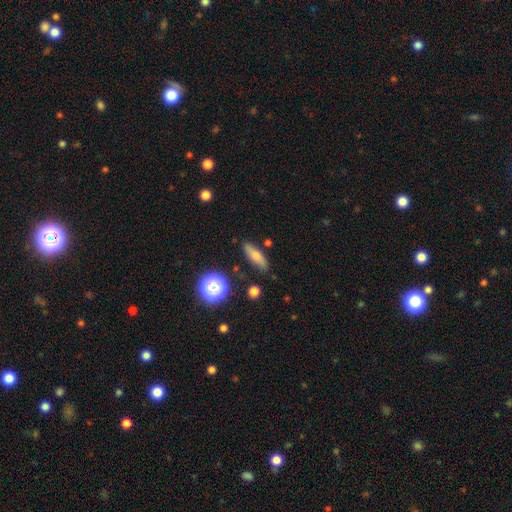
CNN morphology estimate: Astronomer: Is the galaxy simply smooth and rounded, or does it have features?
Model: smooth — 67%.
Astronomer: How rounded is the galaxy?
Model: cigar-shaped — 53% (runner-up: in between, 40%).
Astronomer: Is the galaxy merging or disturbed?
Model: none — 83%.